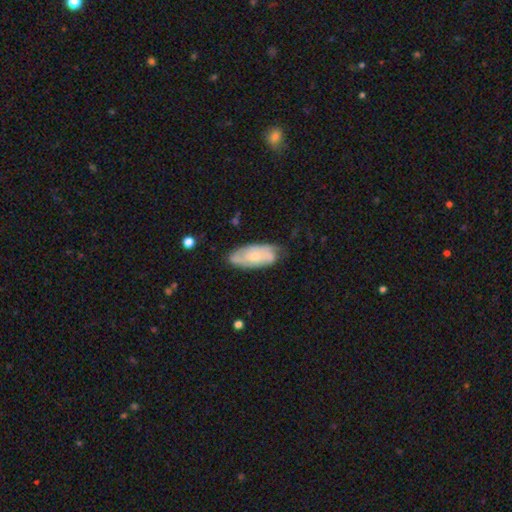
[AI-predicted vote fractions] featured or disk 56%, smooth 38%, star or artifact 6%. Down the decision tree: edge-on disk — no (90%); merging — none (66%).